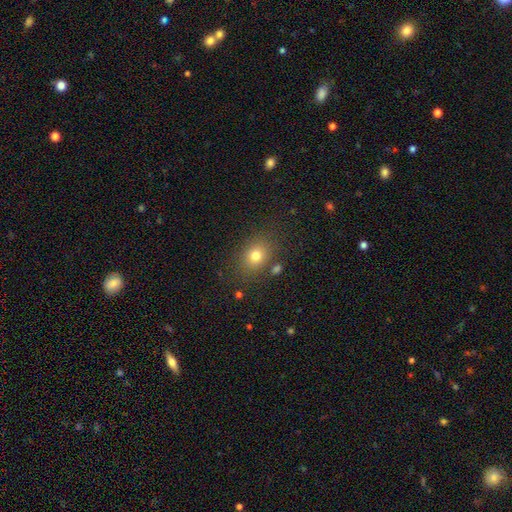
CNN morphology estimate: Smooth or featured? smooth (76%)
How rounded? in between (50%)
Merging? none (80%)